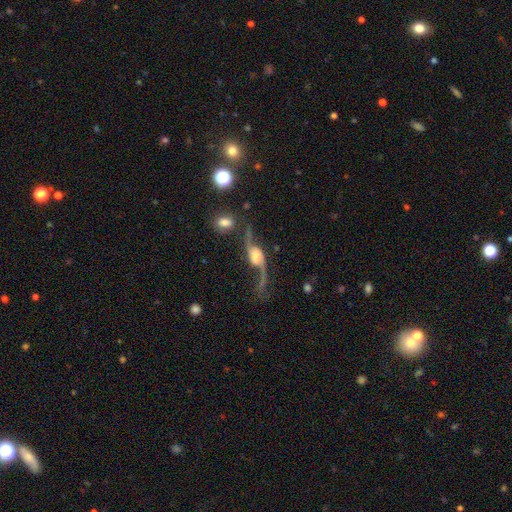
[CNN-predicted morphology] This is clearly a featured or disk galaxy (86%). It is clearly not viewed edge-on (89%). Bar: possibly no (49%). Spiral arm pattern: clearly yes (96%). Spiral arm count: clearly 2 (93%). Spiral winding: clearly loose (92%). Central bulge: marginally large (30%). Merging: possibly none (58%).